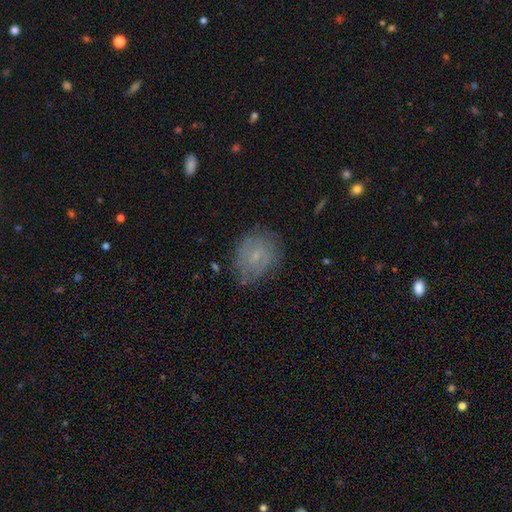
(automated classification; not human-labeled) The model was most divided on "smooth or featured": smooth: 52%, featured or disk: 37%, star or artifact: 11%. More confident: merging — none (68%); how rounded — round (61%).